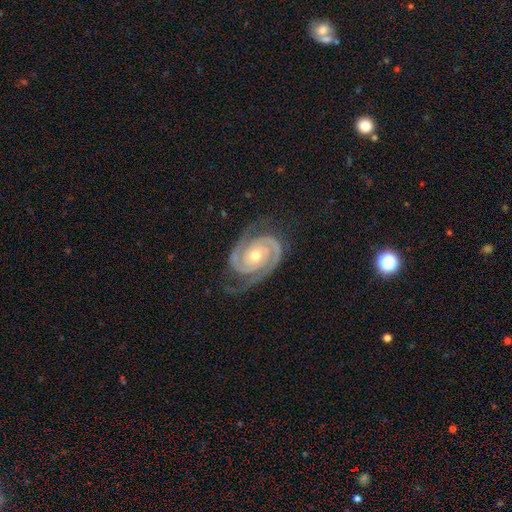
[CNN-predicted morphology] Overall: featured or disk (93%). Edge-on disk: no (97%). Bar: no (72%). Spiral arms: yes (99%). Spiral arm count: 2 (91%). Spiral winding: tight (69%). Bulge size: moderate (58%; small 39%). Merging: none (79%).